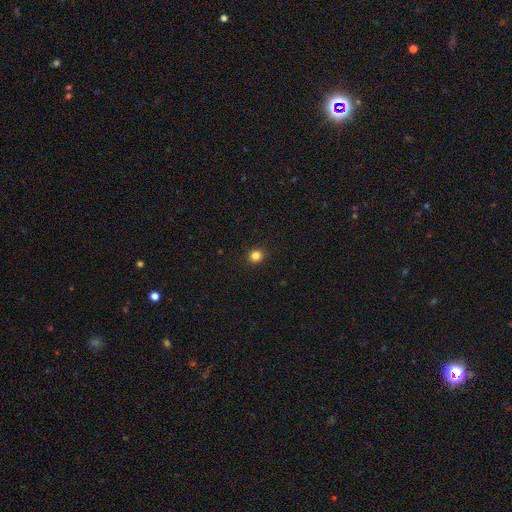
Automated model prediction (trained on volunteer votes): Smooth or featured? smooth (83%)
How rounded? round (90%)
Merging? none (92%)